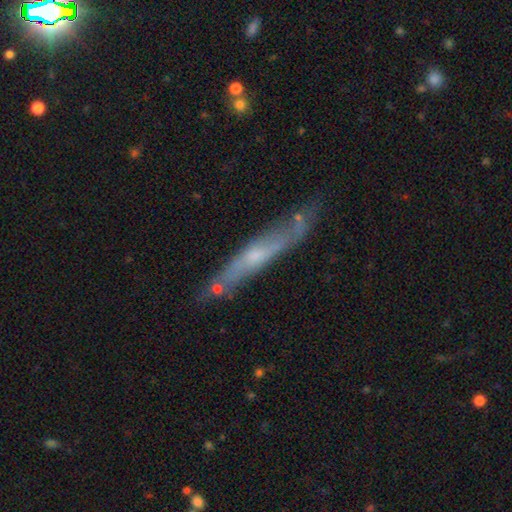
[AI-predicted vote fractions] A featured or disk galaxy (67%) viewed edge-on (73%).

Vote fractions:
- Smooth or featured? featured or disk: 67% / smooth: 26% / star or artifact: 8%
- Edge-on disk? yes: 73% / no: 27%
- Merging? none: 68% / minor disturbance: 22% / major disturbance: 6% / merger: 5%